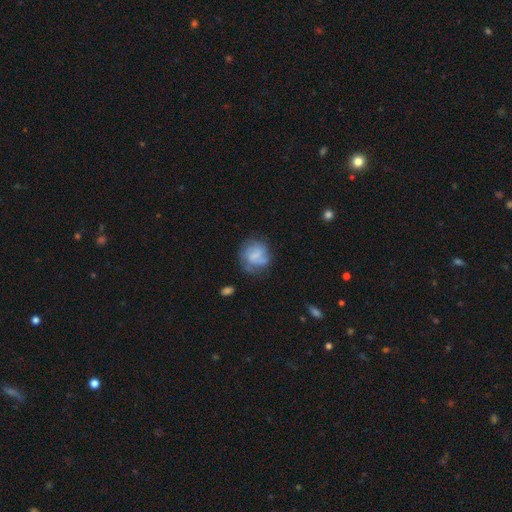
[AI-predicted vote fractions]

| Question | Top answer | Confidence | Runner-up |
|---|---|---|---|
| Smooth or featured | smooth | 46% | featured or disk (45%) |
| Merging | none | 58% | minor disturbance (24%) |